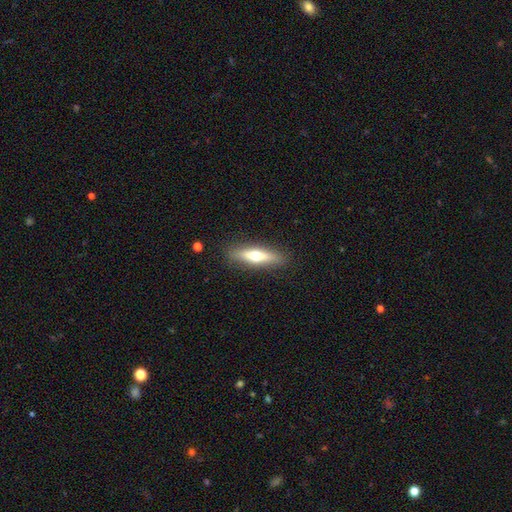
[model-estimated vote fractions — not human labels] Smooth or featured? smooth (51%)
How rounded? cigar-shaped (70%)
Merging? none (88%)